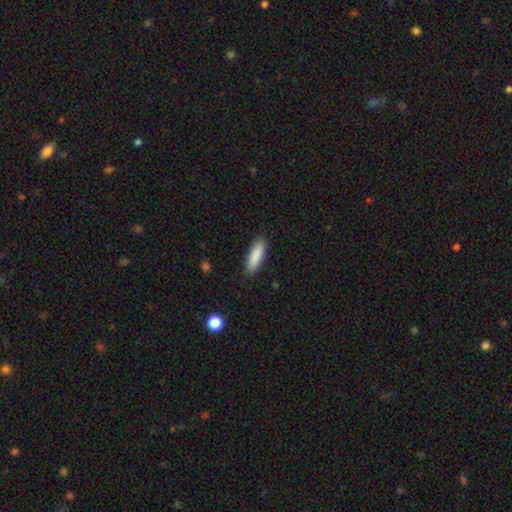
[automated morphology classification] This is clearly a smooth galaxy (89%). How rounded: possibly in between (54%). Merging: clearly none (88%).